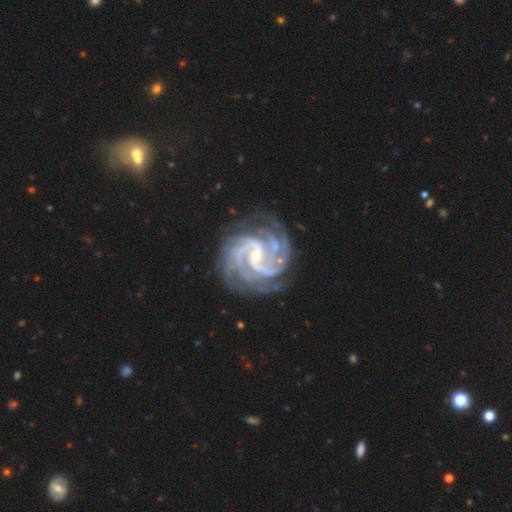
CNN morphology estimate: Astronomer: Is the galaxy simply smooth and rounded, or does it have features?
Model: featured or disk — 94%.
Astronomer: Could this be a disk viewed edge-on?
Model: no — 98%.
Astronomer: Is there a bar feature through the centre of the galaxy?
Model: weak — 43% (runner-up: no, 32%).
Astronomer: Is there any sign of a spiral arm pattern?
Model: yes — 99%.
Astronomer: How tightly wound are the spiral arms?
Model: tight — 53% (runner-up: medium, 41%).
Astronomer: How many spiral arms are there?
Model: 2 — 26% (runner-up: 3, 24%).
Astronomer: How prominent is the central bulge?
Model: small — 81%.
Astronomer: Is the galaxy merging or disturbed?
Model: none — 76%.